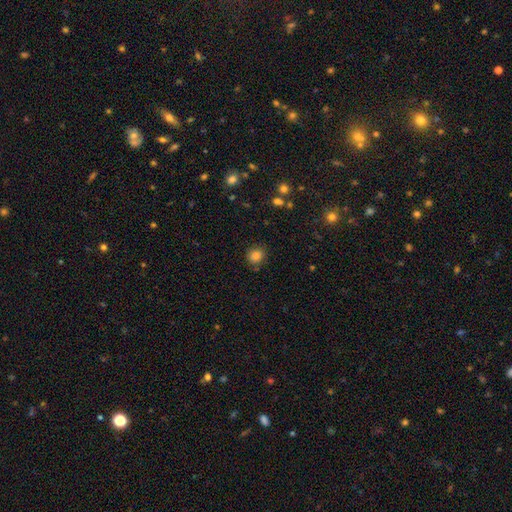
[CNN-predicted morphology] Smooth or featured? smooth (83%)
How rounded? round (75%)
Merging? none (84%)